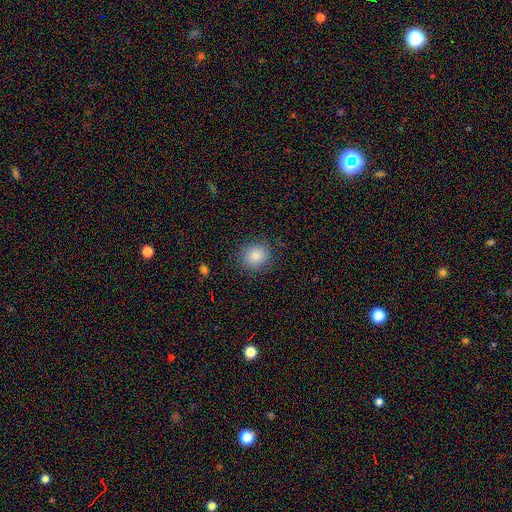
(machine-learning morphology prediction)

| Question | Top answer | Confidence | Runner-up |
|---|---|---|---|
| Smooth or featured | smooth | 84% | star or artifact (10%) |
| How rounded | round | 79% | in between (20%) |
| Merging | none | 85% | minor disturbance (11%) |